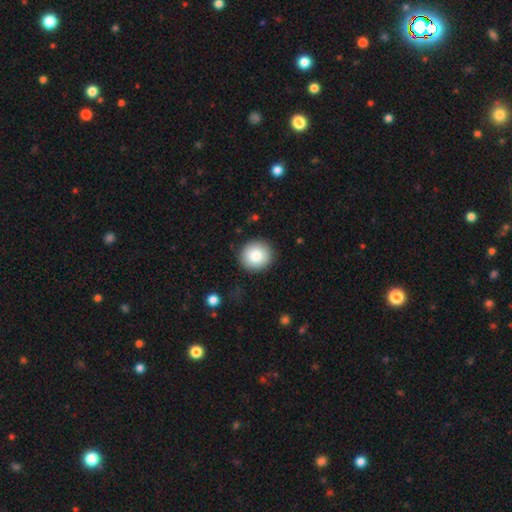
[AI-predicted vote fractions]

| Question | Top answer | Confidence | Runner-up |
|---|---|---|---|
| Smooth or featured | smooth | 85% | star or artifact (8%) |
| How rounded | round | 92% | in between (7%) |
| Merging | none | 90% | minor disturbance (7%) |